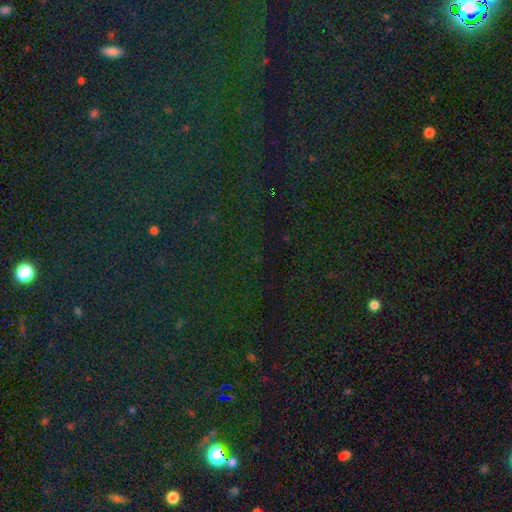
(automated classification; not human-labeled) Overall: star or artifact (82%).